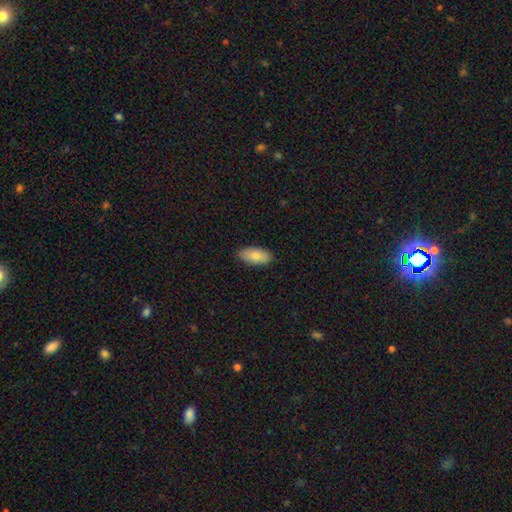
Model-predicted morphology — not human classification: smooth_or_featured: smooth (p=0.81) [alt: featured or disk p=0.12]
how_rounded: in between (p=0.91) [alt: cigar-shaped p=0.06]
merging: none (p=0.86) [alt: minor disturbance p=0.11]